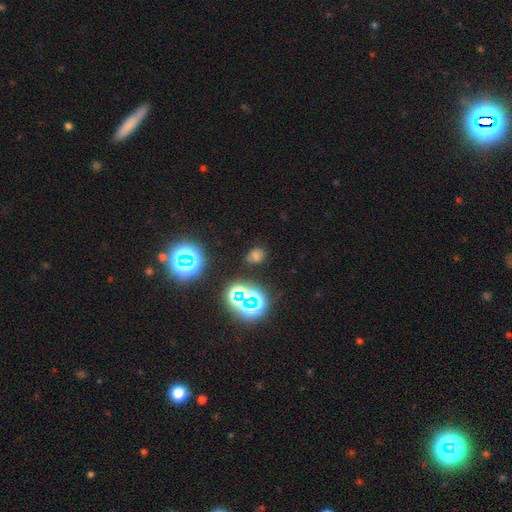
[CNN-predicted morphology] smooth_or_featured: smooth (p=0.54) [alt: star or artifact p=0.37]
how_rounded: in between (p=0.51) [alt: round p=0.47]
merging: none (p=0.76) [alt: minor disturbance p=0.14]